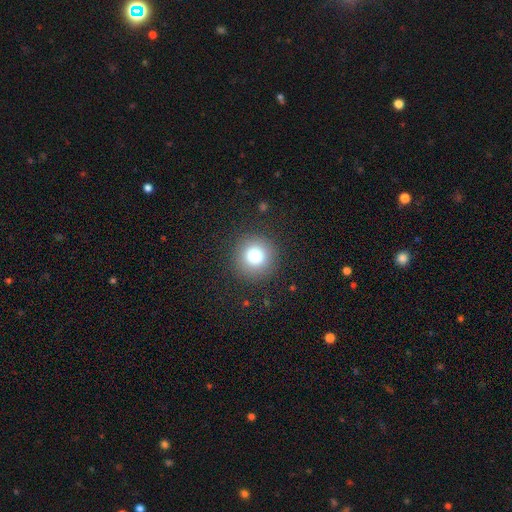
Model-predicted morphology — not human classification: type=smooth (80%); roundness=round (94%); merging=none (88%).